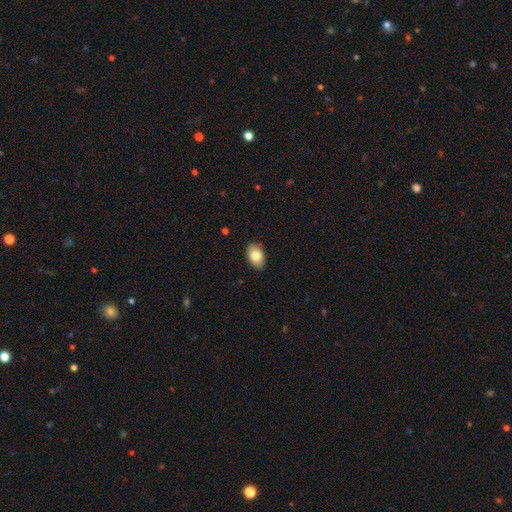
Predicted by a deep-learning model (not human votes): The model was most divided on "smooth or featured": smooth: 83%, featured or disk: 10%, star or artifact: 7%. More confident: how rounded — in between (90%); merging — none (88%).